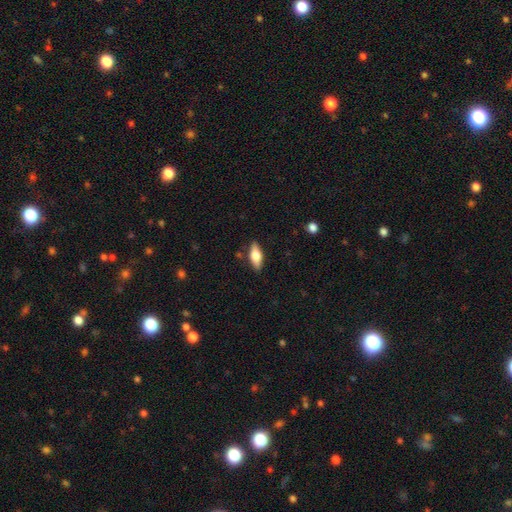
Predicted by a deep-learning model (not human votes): Smooth or featured: smooth — 63% (featured or disk — 31%)
How rounded: in between — 74% (cigar-shaped — 23%)
Merging: none — 85% (minor disturbance — 11%)